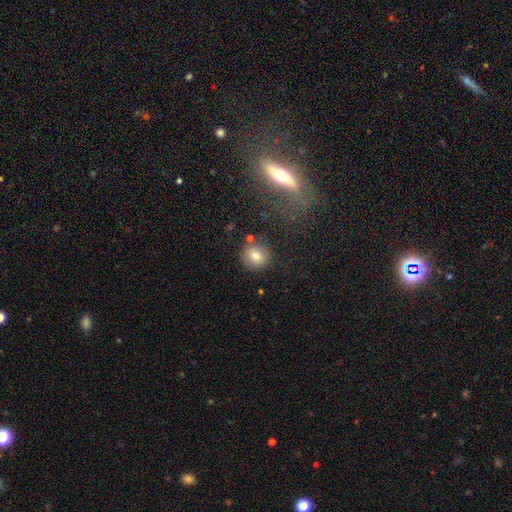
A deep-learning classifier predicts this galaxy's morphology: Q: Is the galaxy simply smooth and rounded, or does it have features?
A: smooth — 79%.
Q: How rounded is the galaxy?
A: round — 84%.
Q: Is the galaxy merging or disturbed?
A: none — 82%.